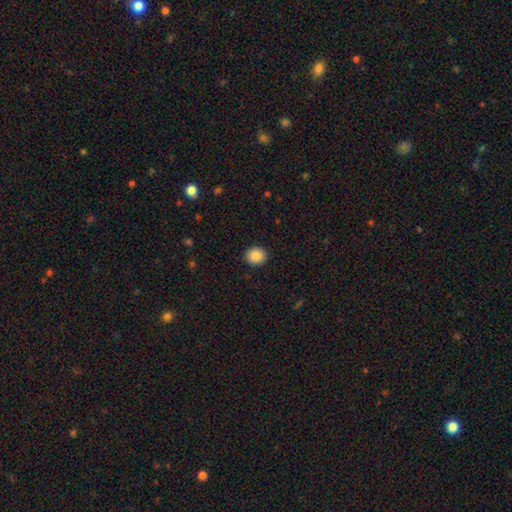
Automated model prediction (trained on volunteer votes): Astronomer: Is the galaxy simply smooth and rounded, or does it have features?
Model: smooth — 89%.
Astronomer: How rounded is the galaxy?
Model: round — 78%.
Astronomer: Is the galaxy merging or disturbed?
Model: none — 91%.